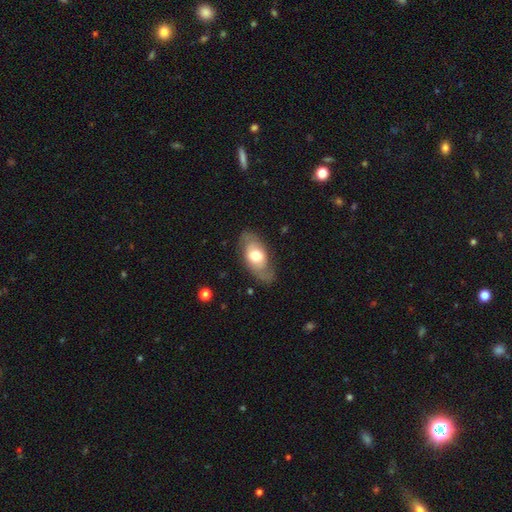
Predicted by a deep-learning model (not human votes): Q: Smooth or featured?
A: featured or disk (51%); runner-up: smooth (43%)
Q: Edge-on disk?
A: no (87%); runner-up: yes (13%)
Q: Merging?
A: none (72%); runner-up: minor disturbance (19%)